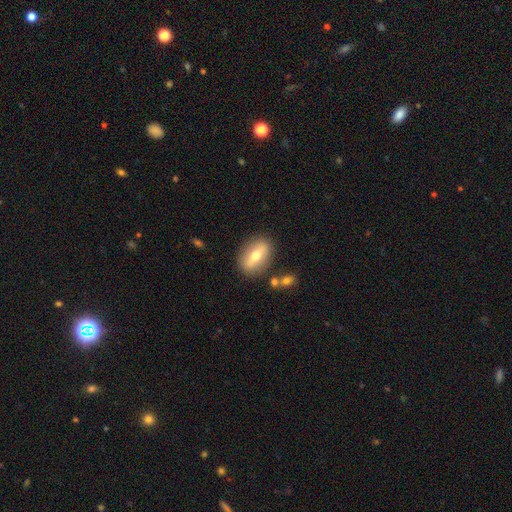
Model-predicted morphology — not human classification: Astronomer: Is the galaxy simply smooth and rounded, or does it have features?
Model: smooth — 49% (runner-up: featured or disk, 44%).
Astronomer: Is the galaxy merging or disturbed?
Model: none — 84%.